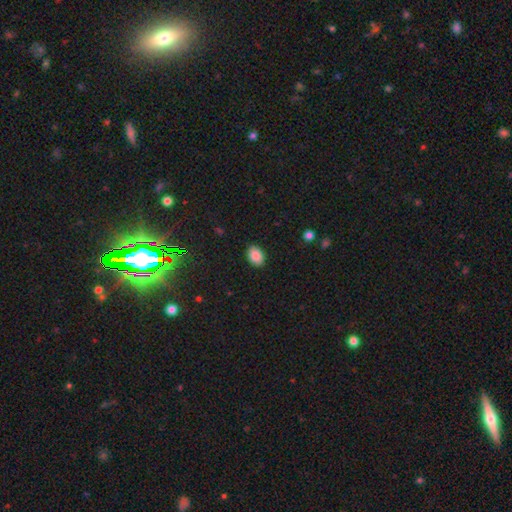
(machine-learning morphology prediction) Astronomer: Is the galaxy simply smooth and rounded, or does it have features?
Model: smooth — 89%.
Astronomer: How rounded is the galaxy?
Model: in between — 84%.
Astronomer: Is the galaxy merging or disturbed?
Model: none — 89%.